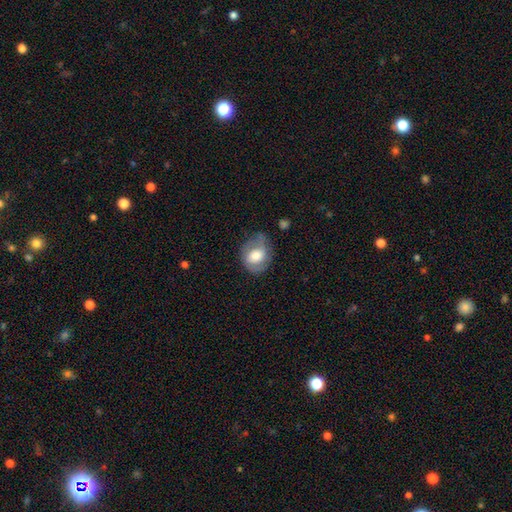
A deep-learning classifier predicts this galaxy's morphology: This appears to be a smooth galaxy with no disk features (50%). Merging: none (58%).